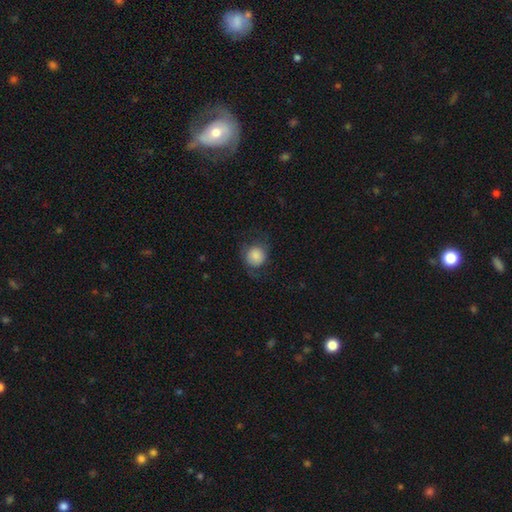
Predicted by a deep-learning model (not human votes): Q: Smooth or featured?
A: smooth (78%); runner-up: featured or disk (14%)
Q: How rounded?
A: round (85%); runner-up: in between (14%)
Q: Merging?
A: none (65%); runner-up: minor disturbance (20%)